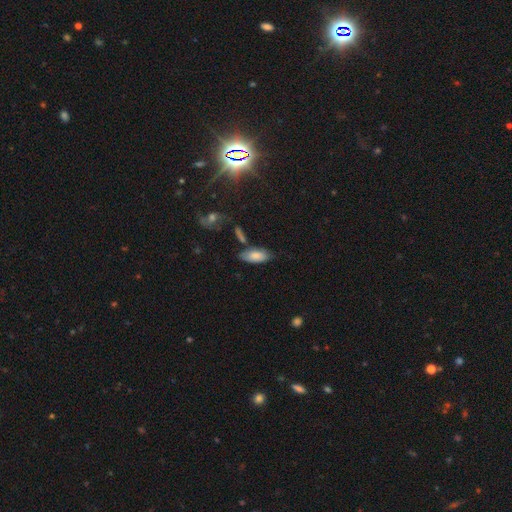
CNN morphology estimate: Q: Smooth or featured?
A: smooth (81%); runner-up: featured or disk (13%)
Q: How rounded?
A: in between (87%); runner-up: cigar-shaped (10%)
Q: Merging?
A: none (68%); runner-up: minor disturbance (19%)